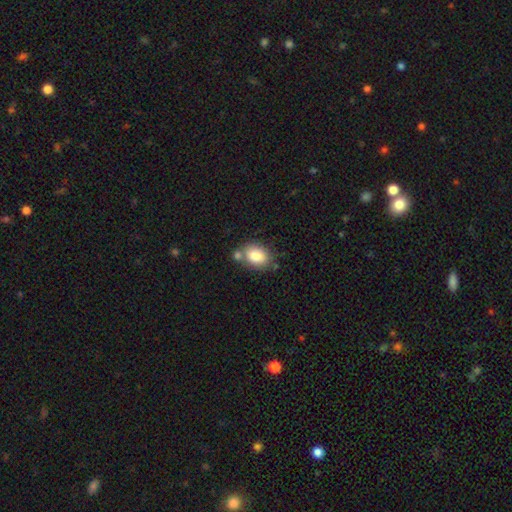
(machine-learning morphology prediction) Overall: smooth (84%). How rounded: in between (72%). Merging: none (58%; merger 22%).